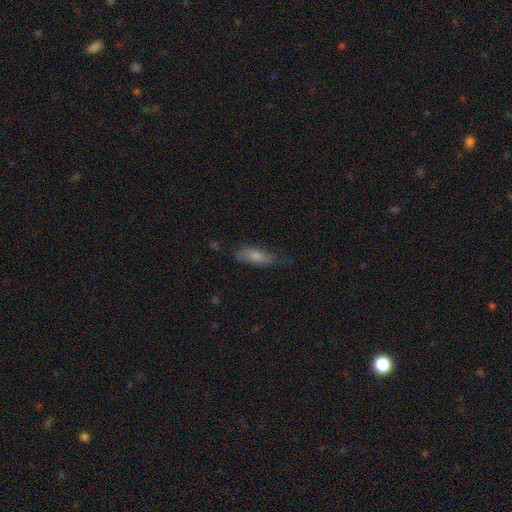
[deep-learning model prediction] Overall: smooth (55%; featured or disk 35%). How rounded: cigar-shaped (49%; in between 48%). Merging: none (70%).